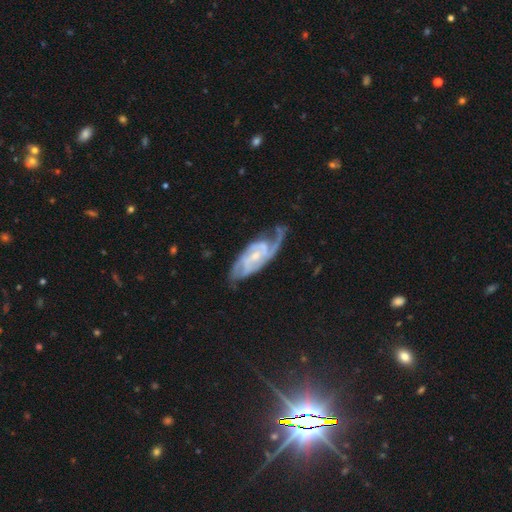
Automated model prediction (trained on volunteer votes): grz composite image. It shows a featured or disk galaxy (87%) with no bar (48%), 2 (53%) medium (45%) spiral arms (97%) and a small central bulge (62%). Merging: none (58%).